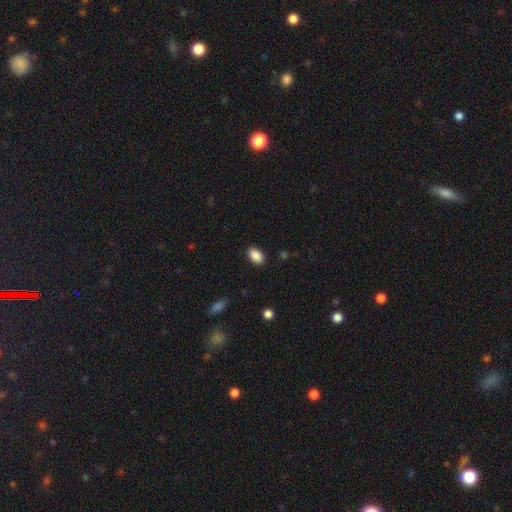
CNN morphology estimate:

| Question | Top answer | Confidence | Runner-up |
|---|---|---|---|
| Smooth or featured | smooth | 89% | star or artifact (8%) |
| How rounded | in between | 91% | round (8%) |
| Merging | none | 88% | minor disturbance (9%) |